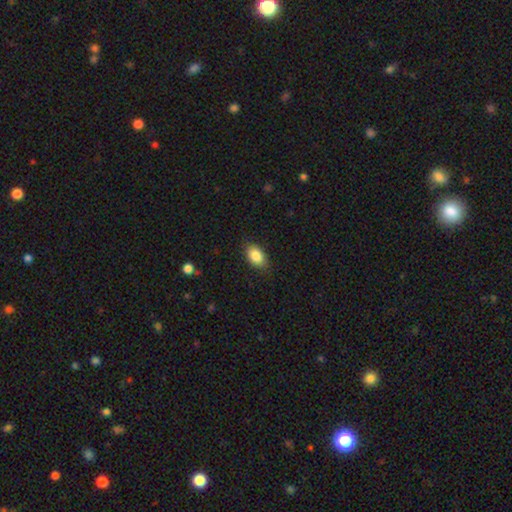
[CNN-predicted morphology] type=smooth (86%); roundness=in between (89%); merging=none (85%).